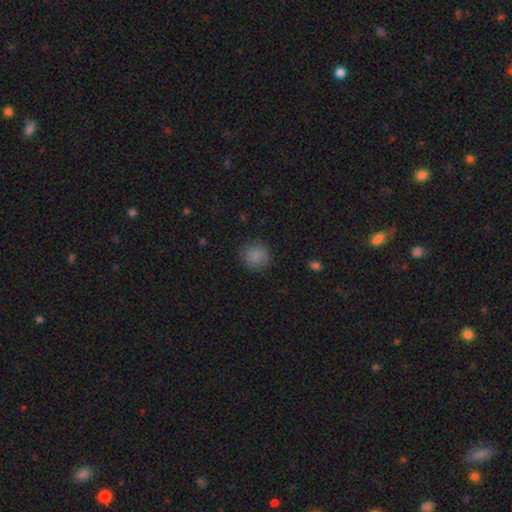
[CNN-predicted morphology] A smooth galaxy with no disk features (85%) that is round (87%). Merging: none (83%).